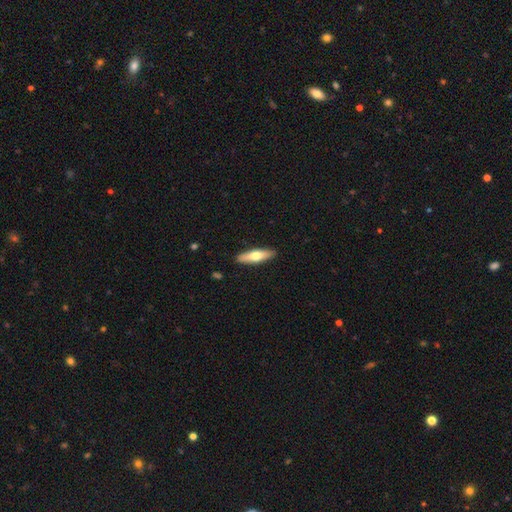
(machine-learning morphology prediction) This is possibly a smooth galaxy (58%). How rounded: likely cigar-shaped (64%). Merging: clearly none (90%).